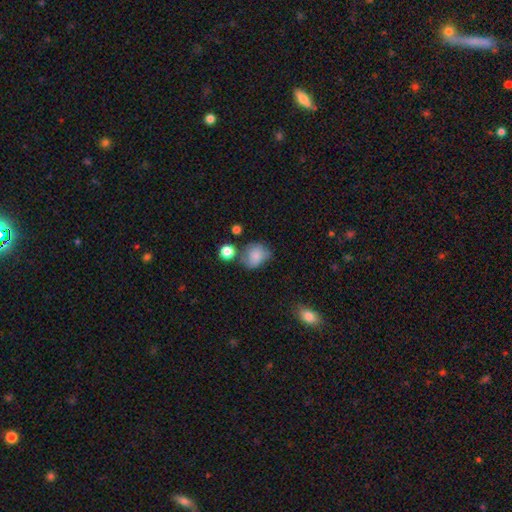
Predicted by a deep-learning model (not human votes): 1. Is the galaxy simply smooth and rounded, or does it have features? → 78% smooth, 12% featured or disk, 10% star or artifact.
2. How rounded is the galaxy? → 62% round, 37% in between, 1% cigar-shaped.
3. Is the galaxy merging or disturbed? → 51% none, 27% minor disturbance, 12% merger, 10% major disturbance.